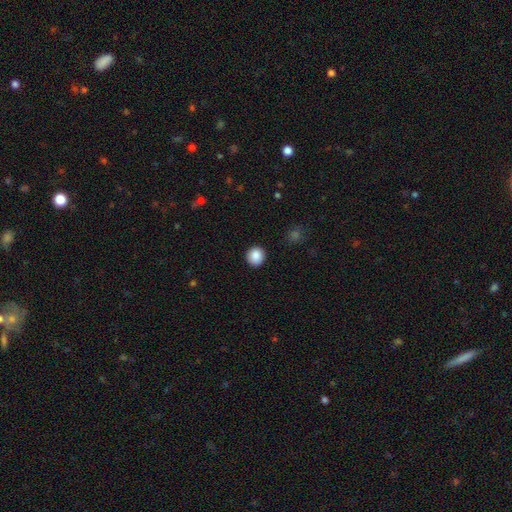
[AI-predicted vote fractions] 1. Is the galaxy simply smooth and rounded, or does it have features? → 88% smooth, 8% star or artifact, 3% featured or disk.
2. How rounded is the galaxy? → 91% round, 8% in between, 1% cigar-shaped.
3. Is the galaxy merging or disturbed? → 92% none, 5% minor disturbance, 2% major disturbance, 1% merger.